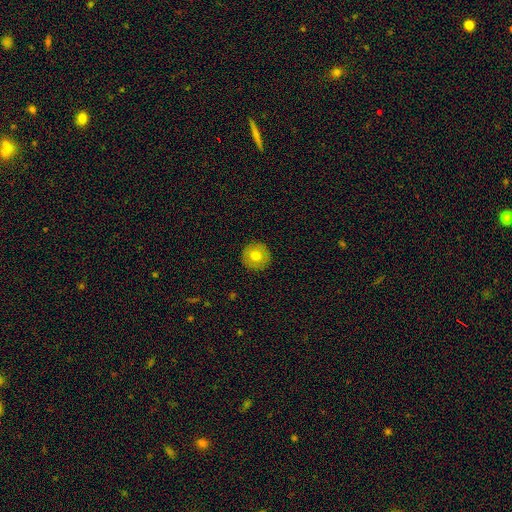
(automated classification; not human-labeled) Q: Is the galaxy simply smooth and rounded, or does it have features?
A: smooth — 74%.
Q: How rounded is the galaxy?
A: round — 95%.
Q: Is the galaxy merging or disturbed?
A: none — 92%.